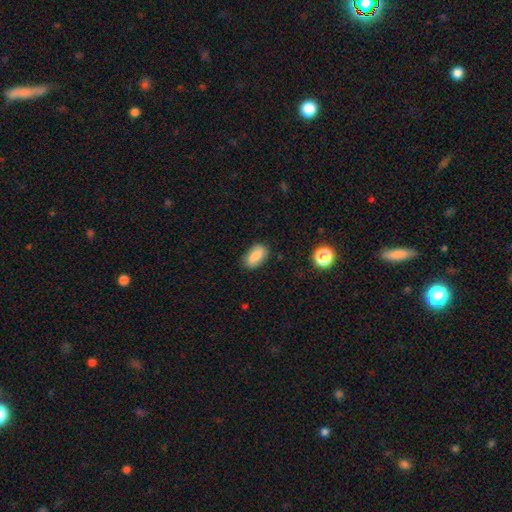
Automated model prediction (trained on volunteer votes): A smooth galaxy with no disk features (82%) that is in between round and cigar-shaped (90%). Merging: none (79%).